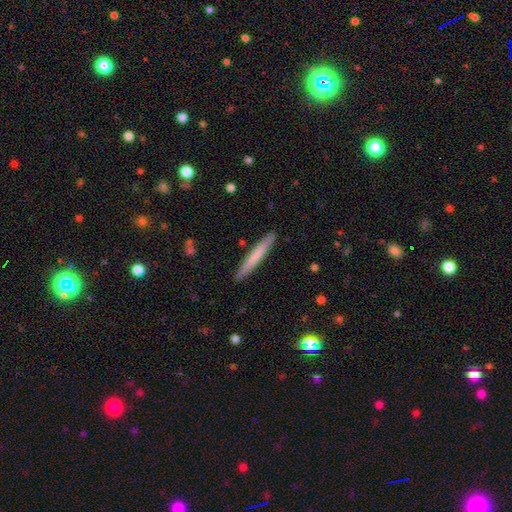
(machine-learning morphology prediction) Q: Smooth or featured?
A: smooth (67%); runner-up: featured or disk (27%)
Q: How rounded?
A: cigar-shaped (97%); runner-up: in between (2%)
Q: Merging?
A: none (91%); runner-up: minor disturbance (6%)